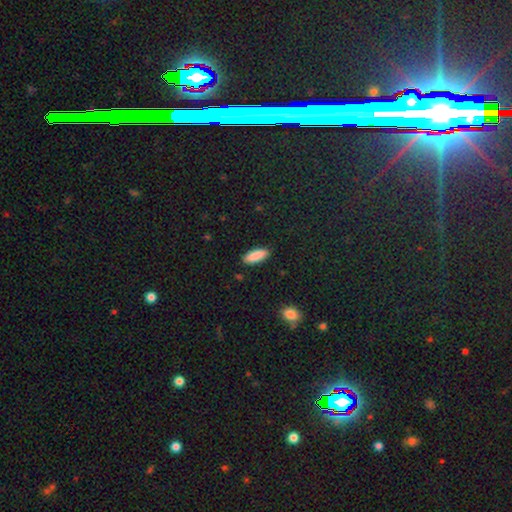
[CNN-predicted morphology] Smooth or featured? smooth (89%)
How rounded? in between (68%)
Merging? none (89%)